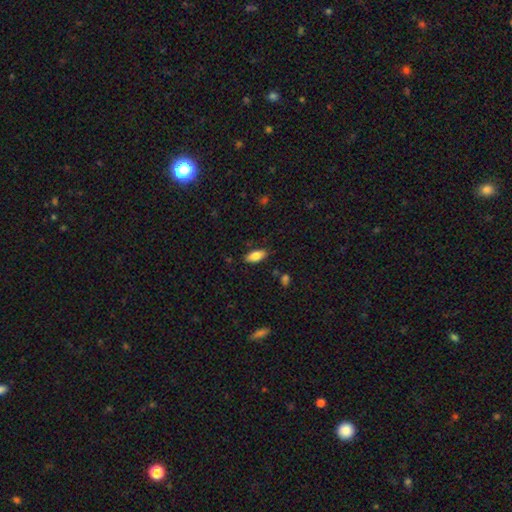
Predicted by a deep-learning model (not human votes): A smooth galaxy with no disk features (82%) that is in between round and cigar-shaped (87%). Merging: none (85%).